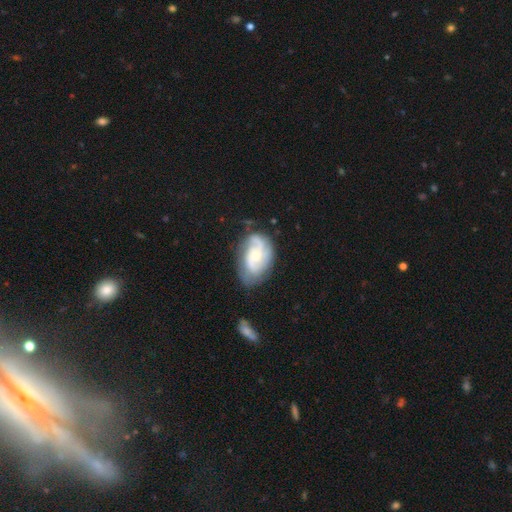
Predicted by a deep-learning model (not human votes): Q: Smooth or featured?
A: featured or disk (80%); runner-up: smooth (15%)
Q: Edge-on disk?
A: no (97%); runner-up: yes (3%)
Q: Bar?
A: no (65%); runner-up: weak (31%)
Q: Spiral arms?
A: yes (95%); runner-up: no (5%)
Q: Spiral winding?
A: tight (45%); runner-up: medium (41%)
Q: Spiral arm count?
A: 2 (38%); runner-up: 3 (28%)
Q: Bulge size?
A: moderate (44%); tied with: small (44%)
Q: Merging?
A: none (64%); runner-up: minor disturbance (23%)